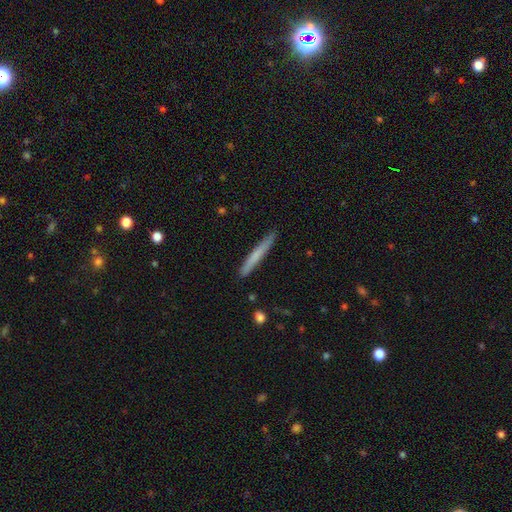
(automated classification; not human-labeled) Smooth or featured: smooth — 66% (featured or disk — 28%)
How rounded: cigar-shaped — 97% (in between — 2%)
Merging: none — 89% (minor disturbance — 8%)